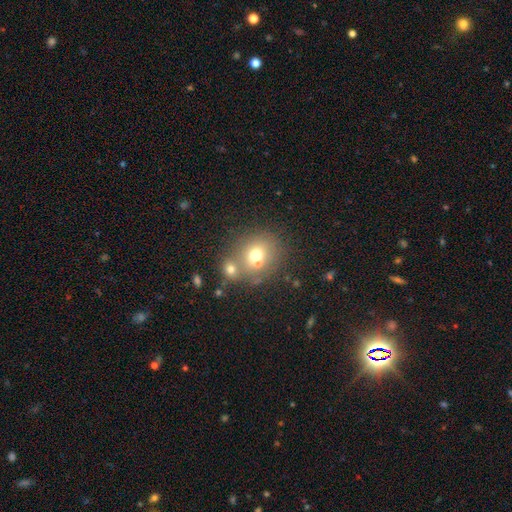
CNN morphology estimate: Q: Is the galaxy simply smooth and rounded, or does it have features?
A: smooth — 65%.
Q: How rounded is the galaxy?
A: round — 78%.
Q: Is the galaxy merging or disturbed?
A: none — 47%.